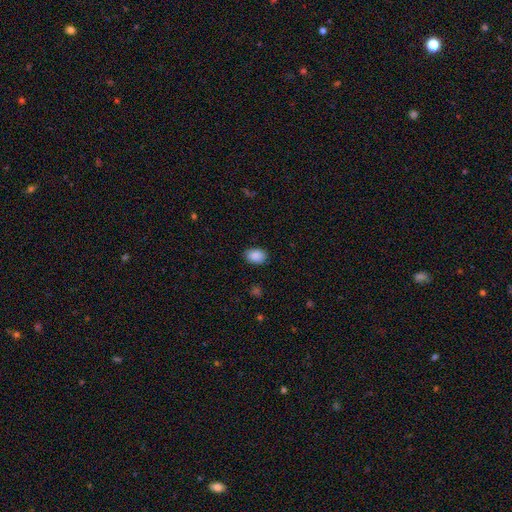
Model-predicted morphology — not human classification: Q: Smooth or featured?
A: smooth (89%); runner-up: star or artifact (7%)
Q: How rounded?
A: in between (78%); runner-up: round (21%)
Q: Merging?
A: none (83%); runner-up: minor disturbance (13%)